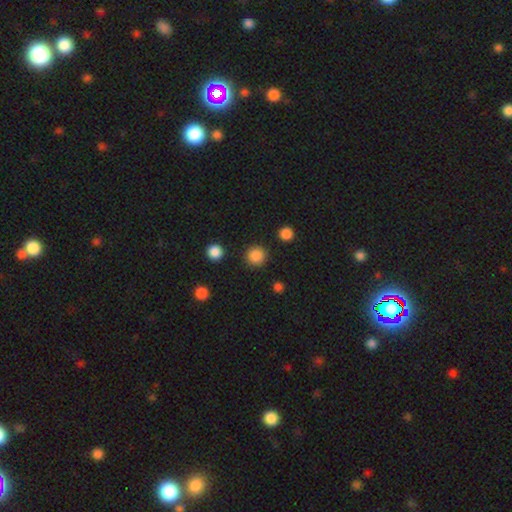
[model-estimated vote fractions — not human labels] smooth 86%, star or artifact 10%, featured or disk 3%. Down the decision tree: how rounded — round (95%); merging — none (90%).